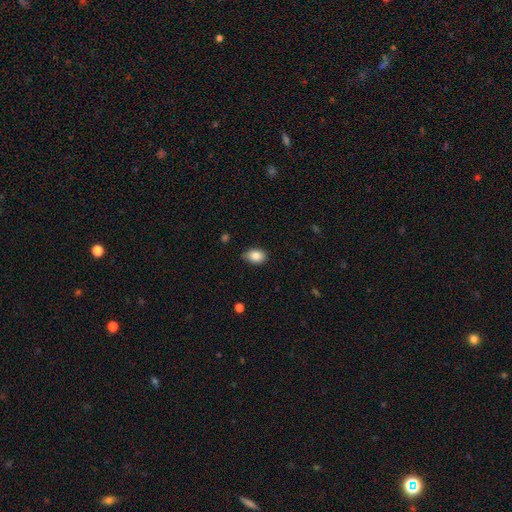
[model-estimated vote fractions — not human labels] smooth_or_featured: smooth (p=0.87) [alt: star or artifact p=0.08]
how_rounded: in between (p=0.82) [alt: round p=0.17]
merging: none (p=0.76) [alt: minor disturbance p=0.20]